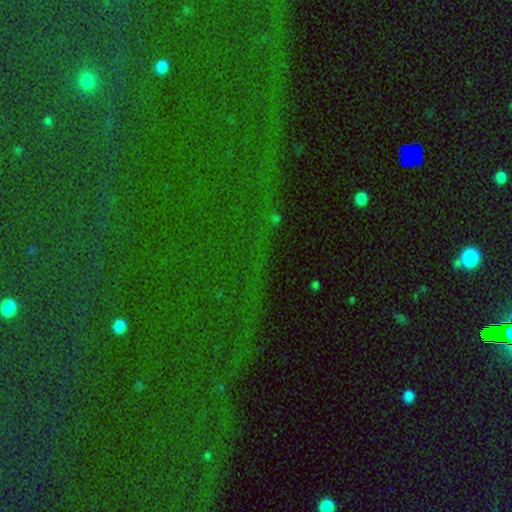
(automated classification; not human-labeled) smooth_or_featured: star or artifact (p=0.81) [alt: smooth p=0.10]